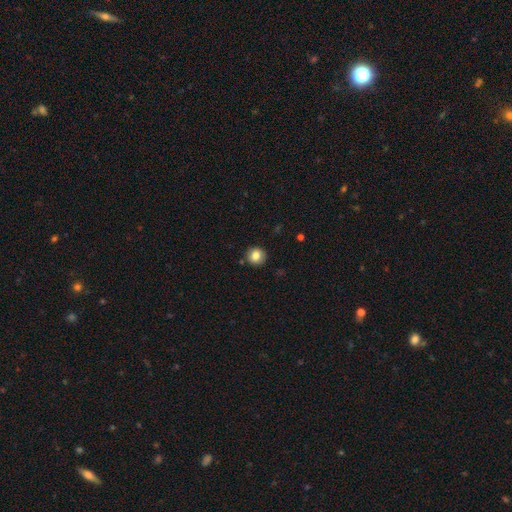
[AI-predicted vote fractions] Smooth or featured? Predicted: smooth (p=0.82). How rounded? Predicted: round (p=0.91). Merging? Predicted: none (p=0.88).